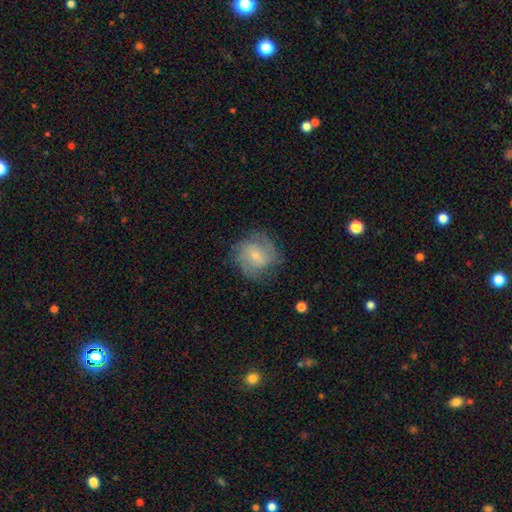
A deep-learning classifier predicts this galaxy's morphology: Overall: featured or disk (53%; smooth 39%). Edge-on disk: no (97%). Bar: no (46%; weak 45%). Spiral arms: yes (80%). Bulge size: small (64%; moderate 29%). Merging: none (69%).